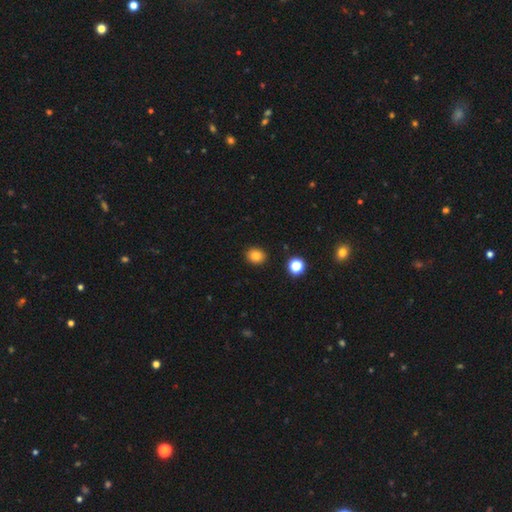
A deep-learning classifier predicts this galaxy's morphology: smooth 82%, star or artifact 12%, featured or disk 6%. Down the decision tree: how rounded — round (64%); merging — none (90%).